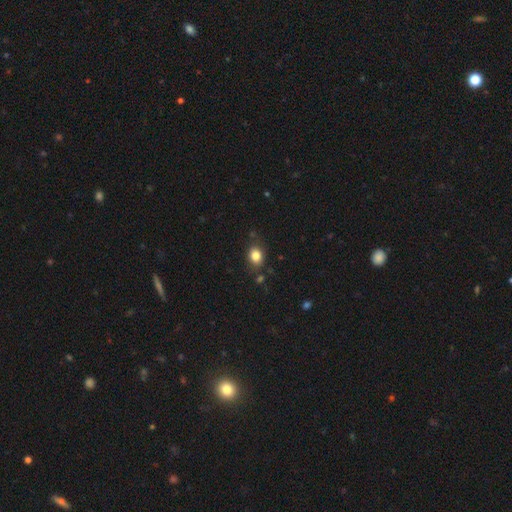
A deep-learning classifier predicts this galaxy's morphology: Smooth or featured?
  - smooth: 83% *
  - star or artifact: 10%
  - featured or disk: 7%
How rounded?
  - in between: 54% *
  - round: 45%
  - cigar-shaped: 1%
Merging?
  - none: 78% *
  - minor disturbance: 15%
  - major disturbance: 4%
  - merger: 3%